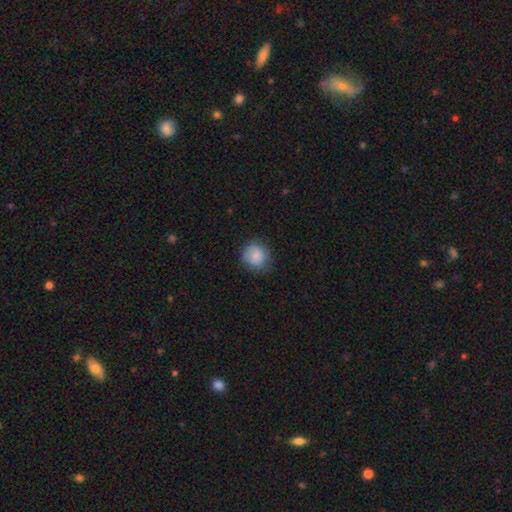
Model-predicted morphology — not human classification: smooth-or-featured: smooth: 84% | featured or disk: 8% | star or artifact: 8%
  how-rounded: round: 85% | in between: 14% | cigar-shaped: 1%
  merging: none: 75% | minor disturbance: 19% | major disturbance: 5% | merger: 1%